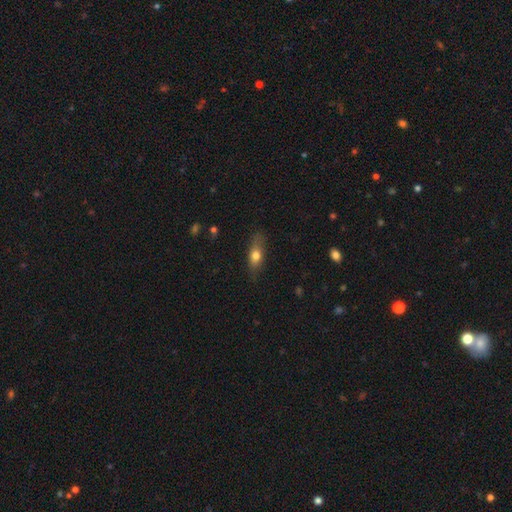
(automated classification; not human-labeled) Morphology: type=smooth (70%); roundness=in between (65%); merging=none (74%).